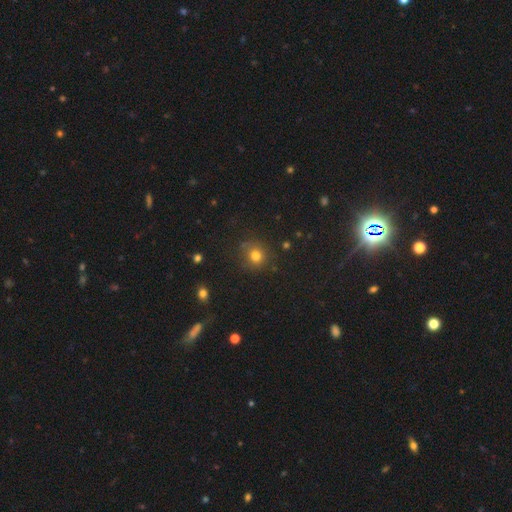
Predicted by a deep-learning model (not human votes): This appears to be a smooth galaxy with no disk features (77%) that is round (89%). Merging: none (81%).